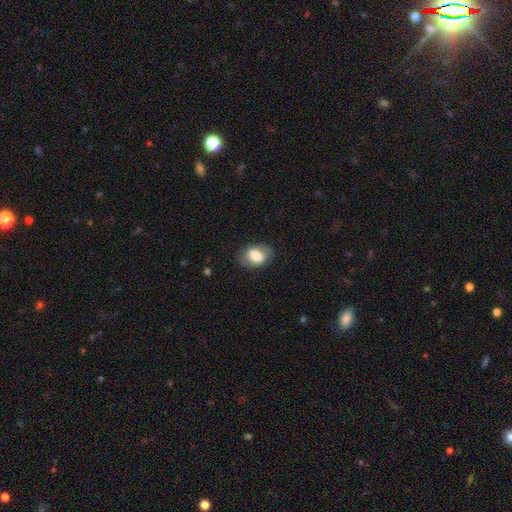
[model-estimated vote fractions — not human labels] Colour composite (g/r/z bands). It shows a smooth galaxy with no disk features (70%) that is in between round and cigar-shaped (85%). Merging: none (78%).